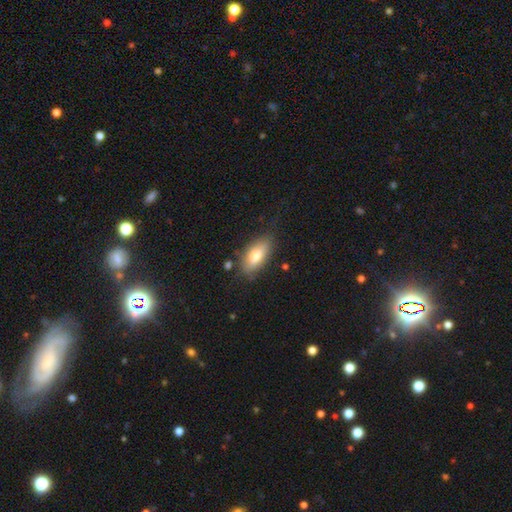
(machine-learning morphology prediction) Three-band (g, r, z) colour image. It shows a smooth galaxy with no disk features (71%) that is in between round and cigar-shaped (84%). Merging: none (75%).